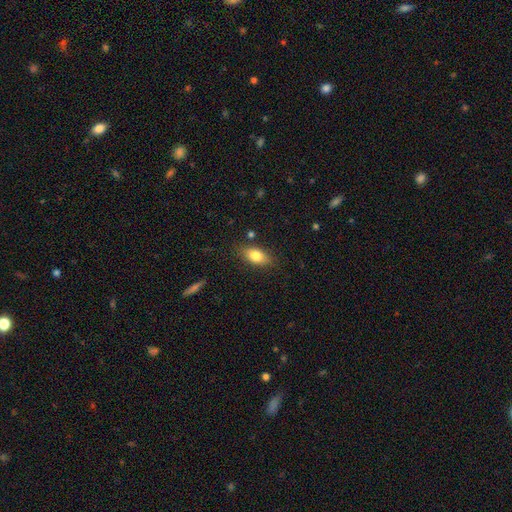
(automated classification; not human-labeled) Smooth or featured? smooth (80%)
How rounded? in between (87%)
Merging? none (82%)